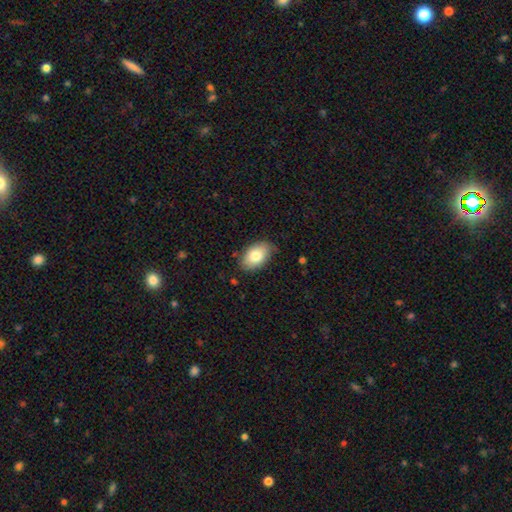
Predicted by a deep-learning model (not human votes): A smooth galaxy with no disk features (82%) that is in between round and cigar-shaped (92%).

Vote fractions:
- Smooth or featured? smooth: 82% / featured or disk: 11% / star or artifact: 7%
- How rounded? in between: 92% / round: 7% / cigar-shaped: 1%
- Merging? none: 79% / minor disturbance: 17% / major disturbance: 3% / merger: 1%